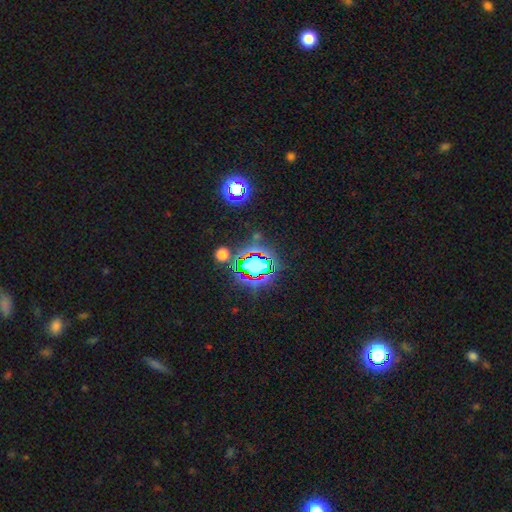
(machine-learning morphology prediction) Smooth or featured? star or artifact (79%)